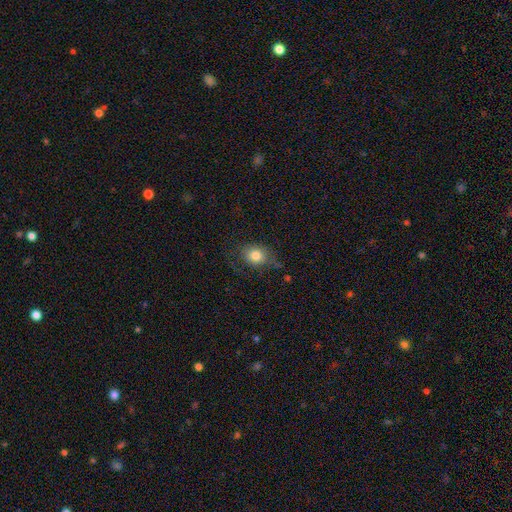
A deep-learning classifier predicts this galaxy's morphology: smooth-or-featured: smooth: 79% | featured or disk: 11% | star or artifact: 10%
  how-rounded: round: 56% | in between: 42% | cigar-shaped: 1%
  merging: none: 65% | minor disturbance: 23% | major disturbance: 11% | merger: 2%